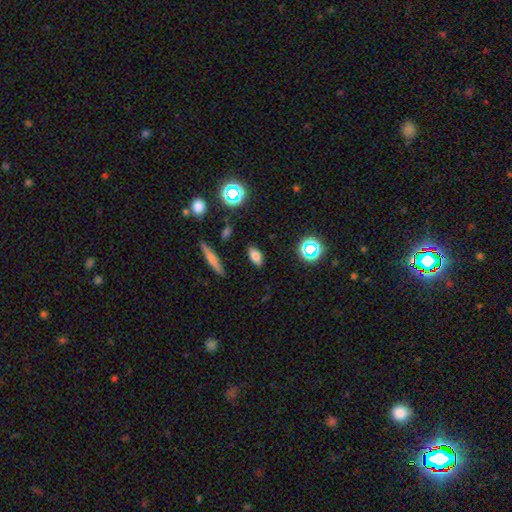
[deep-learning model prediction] This is likely a smooth galaxy (75%). How rounded: clearly in between (86%). Merging: clearly none (86%).